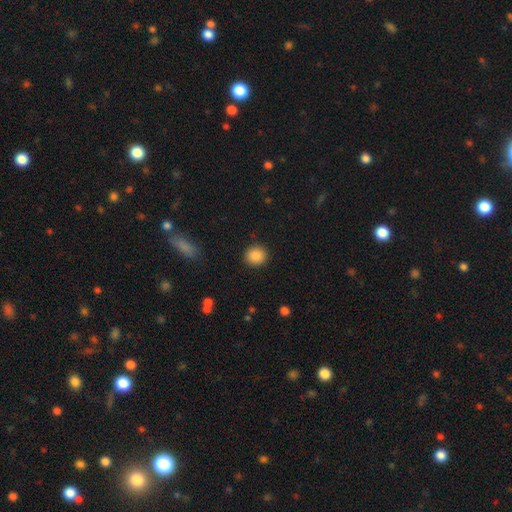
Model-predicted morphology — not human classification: The model was most divided on "how rounded": round: 86%, in between: 13%, cigar-shaped: 1%. More confident: merging — none (90%); smooth or featured — smooth (88%).